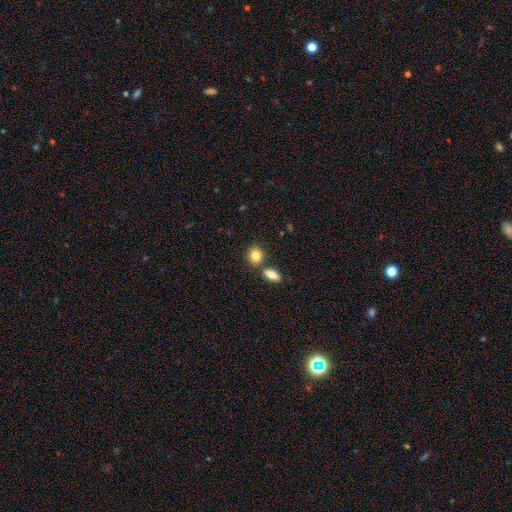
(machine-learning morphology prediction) Smooth or featured: smooth — 85% (star or artifact — 8%)
How rounded: round — 57% (in between — 41%)
Merging: none — 66% (merger — 22%)